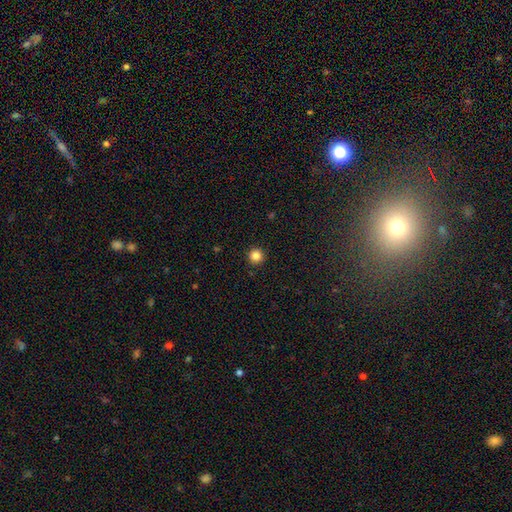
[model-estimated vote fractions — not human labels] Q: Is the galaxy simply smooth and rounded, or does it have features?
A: smooth — 85%.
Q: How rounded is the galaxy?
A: round — 96%.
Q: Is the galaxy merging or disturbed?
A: none — 93%.